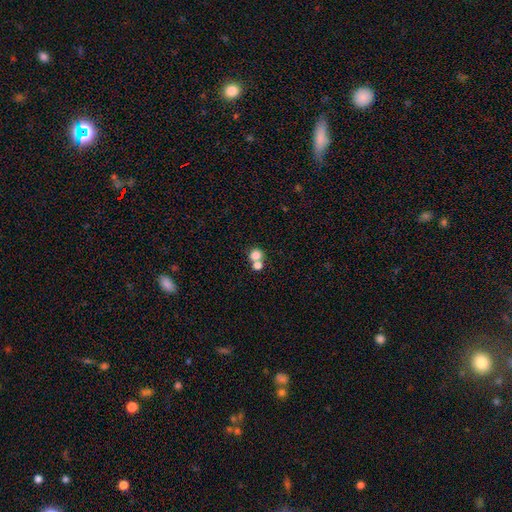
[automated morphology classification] Smooth or featured?
  - smooth: 78% *
  - star or artifact: 11%
  - featured or disk: 11%
How rounded?
  - round: 80% *
  - in between: 19%
  - cigar-shaped: 1%
Merging?
  - merger: 52% *
  - none: 39%
  - minor disturbance: 6%
  - major disturbance: 3%